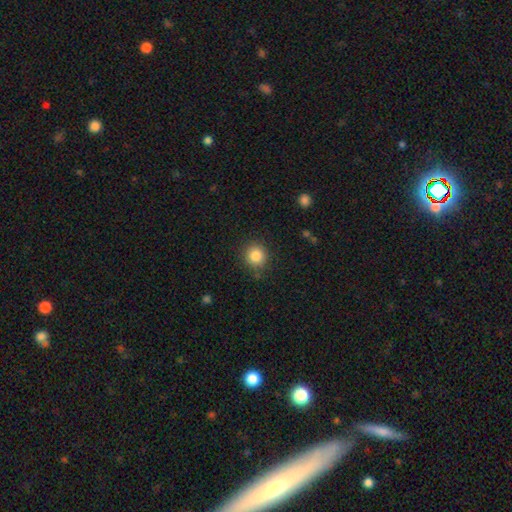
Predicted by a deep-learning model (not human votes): The model was most divided on "smooth or featured": smooth: 85%, star or artifact: 10%, featured or disk: 5%. More confident: how rounded — round (90%); merging — none (85%).